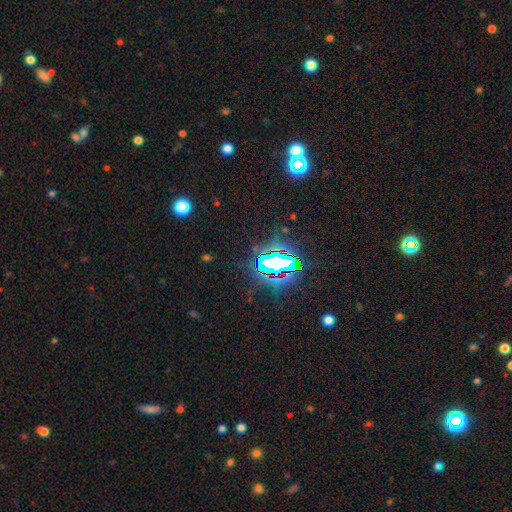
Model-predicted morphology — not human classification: A star or artifact, not a galaxy (83%).